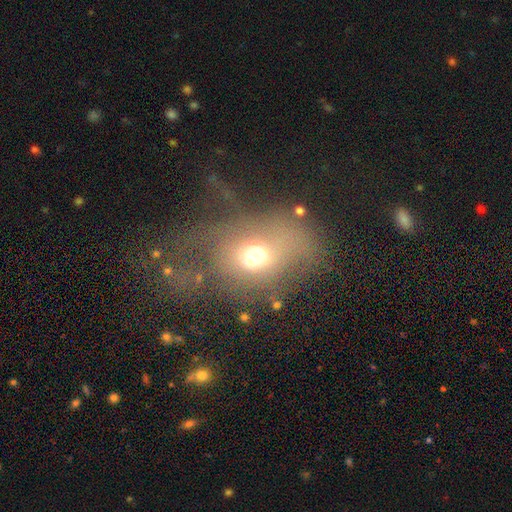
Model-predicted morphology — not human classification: Overall: smooth (49%; featured or disk 31%). Merging: major disturbance (47%; none 22%).